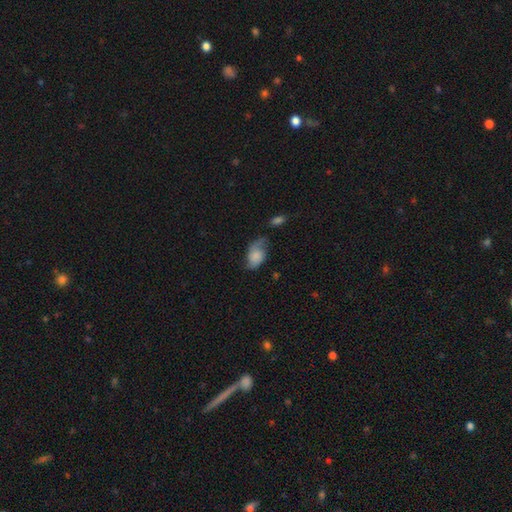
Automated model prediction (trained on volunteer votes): The model was most divided on "merging": none: 42%, minor disturbance: 34%, major disturbance: 19%, merger: 4%. More confident: how rounded — in between (89%); smooth or featured — smooth (59%).